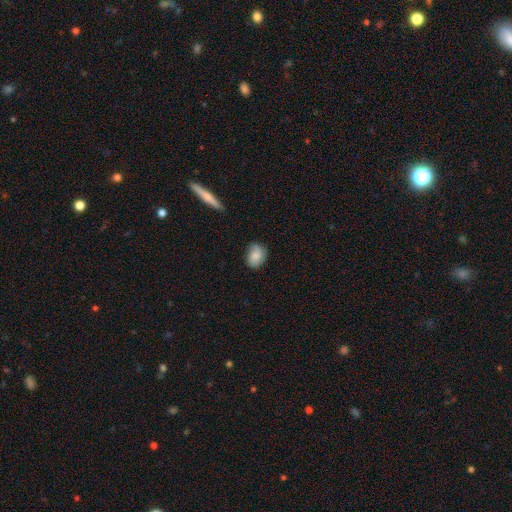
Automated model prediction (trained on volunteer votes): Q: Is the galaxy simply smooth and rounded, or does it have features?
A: smooth — 78%.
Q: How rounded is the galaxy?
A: in between — 67%.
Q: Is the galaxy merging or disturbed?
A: none — 69%.